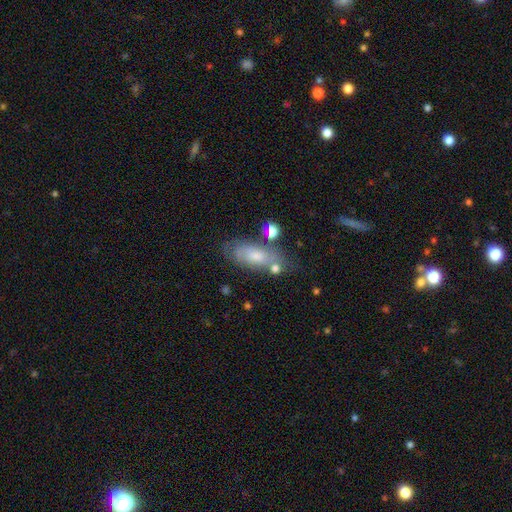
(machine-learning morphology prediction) This appears to be a smooth galaxy with no disk features (54%) that is in between round and cigar-shaped (78%). Merging: none (60%).